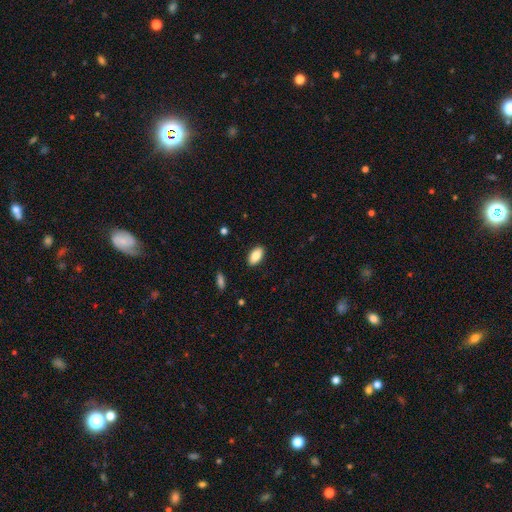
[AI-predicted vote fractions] Q: Smooth or featured?
A: smooth (85%); runner-up: featured or disk (8%)
Q: How rounded?
A: in between (92%); runner-up: cigar-shaped (4%)
Q: Merging?
A: none (89%); runner-up: minor disturbance (8%)